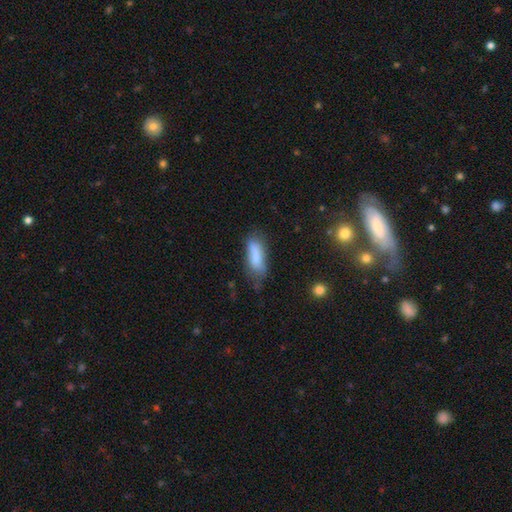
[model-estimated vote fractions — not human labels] Morphology: type=smooth (78%); roundness=in between (68%); merging=none (51%).